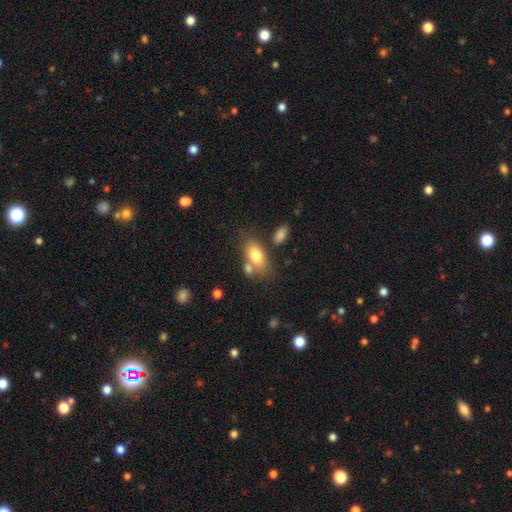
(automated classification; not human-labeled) smooth 77%, featured or disk 15%, star or artifact 8%. Down the decision tree: how rounded — in between (88%); merging — none (56%).